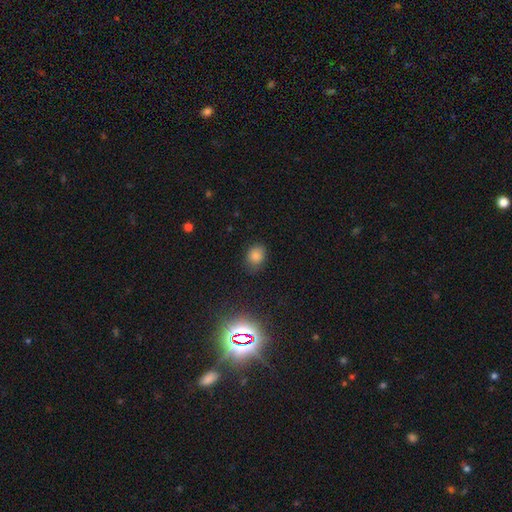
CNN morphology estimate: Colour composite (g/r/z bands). It shows a smooth galaxy with no disk features (80%) that is in between round and cigar-shaped (56%). Merging: none (78%).